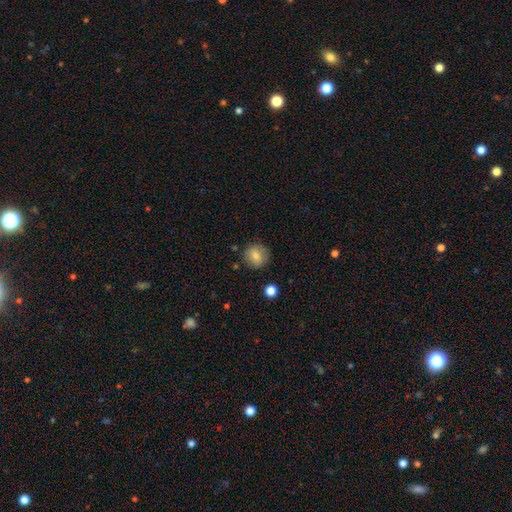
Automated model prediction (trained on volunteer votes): Morphology: type=smooth (79%); roundness=round (89%); merging=none (84%).